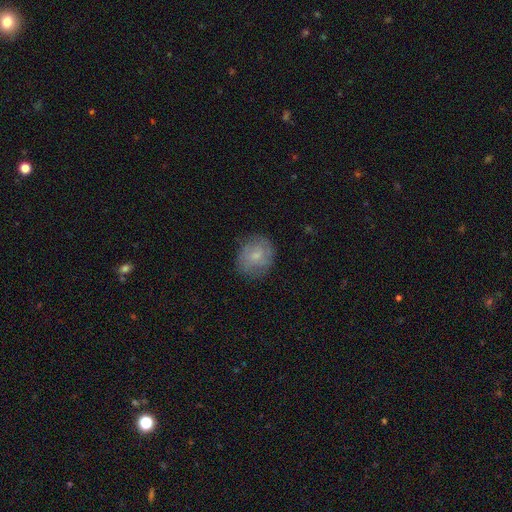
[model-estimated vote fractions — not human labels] Smooth or featured?
  - smooth: 67% *
  - featured or disk: 26%
  - star or artifact: 8%
How rounded?
  - round: 73% *
  - in between: 25%
  - cigar-shaped: 1%
Merging?
  - none: 77% *
  - minor disturbance: 17%
  - major disturbance: 5%
  - merger: 1%